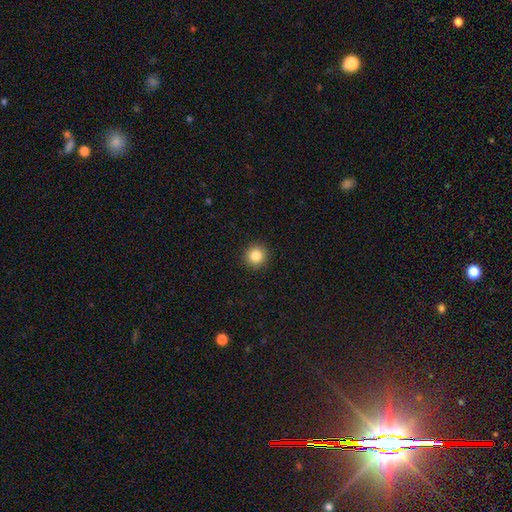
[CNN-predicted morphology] smooth_or_featured: smooth (p=0.84) [alt: star or artifact p=0.11]
how_rounded: round (p=0.95) [alt: in between p=0.04]
merging: none (p=0.93) [alt: minor disturbance p=0.05]